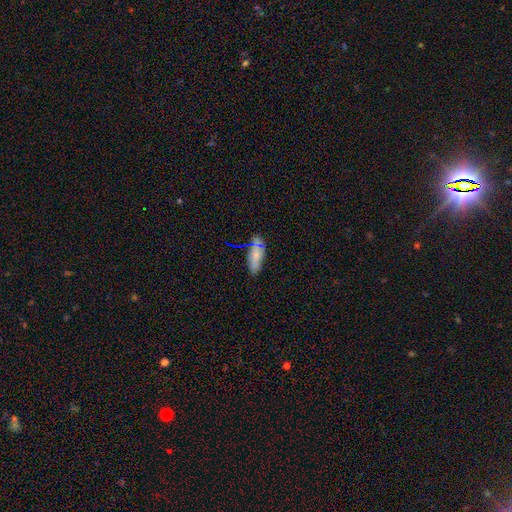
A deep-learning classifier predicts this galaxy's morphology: smooth_or_featured: smooth (p=0.72) [alt: featured or disk p=0.15]
how_rounded: in between (p=0.75) [alt: cigar-shaped p=0.22]
merging: none (p=0.71) [alt: minor disturbance p=0.19]